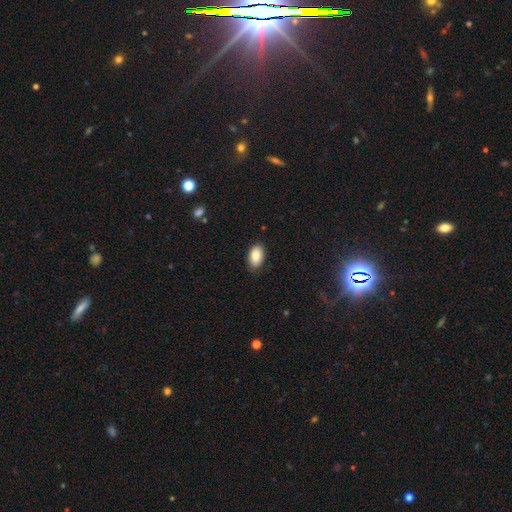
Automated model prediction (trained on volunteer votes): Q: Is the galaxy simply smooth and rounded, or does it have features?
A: smooth — 87%.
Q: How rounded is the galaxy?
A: in between — 93%.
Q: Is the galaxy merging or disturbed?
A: none — 85%.